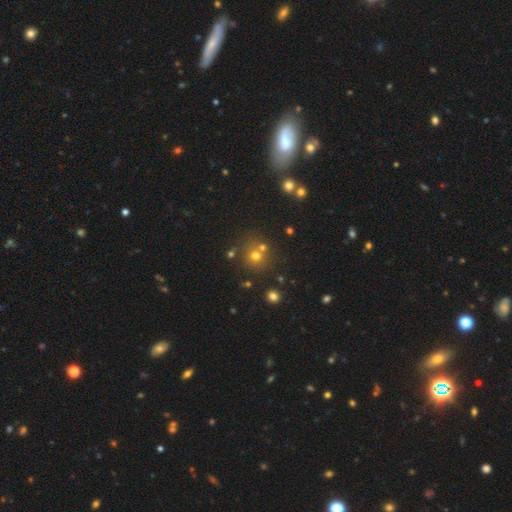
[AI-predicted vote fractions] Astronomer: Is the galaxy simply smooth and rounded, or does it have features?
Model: smooth — 66%.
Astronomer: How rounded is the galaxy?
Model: round — 89%.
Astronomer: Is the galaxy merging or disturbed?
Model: none — 65%.